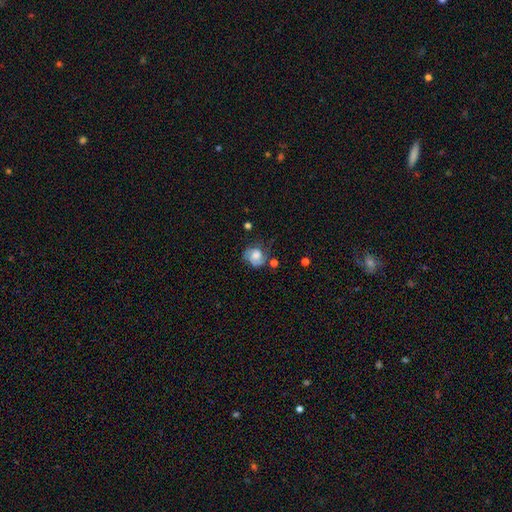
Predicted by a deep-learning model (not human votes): smooth-or-featured: smooth: 50% | featured or disk: 41% | star or artifact: 9%
  merging: none: 51% | minor disturbance: 28% | major disturbance: 15% | merger: 6%